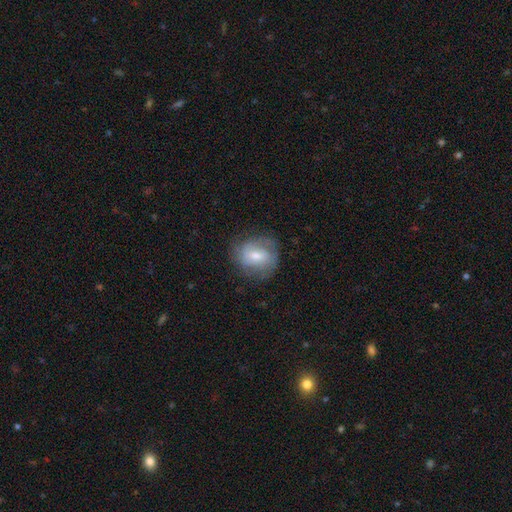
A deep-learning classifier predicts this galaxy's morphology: The model was most divided on "smooth or featured": featured or disk: 47%, smooth: 45%, star or artifact: 8%. More confident: merging — none (69%).